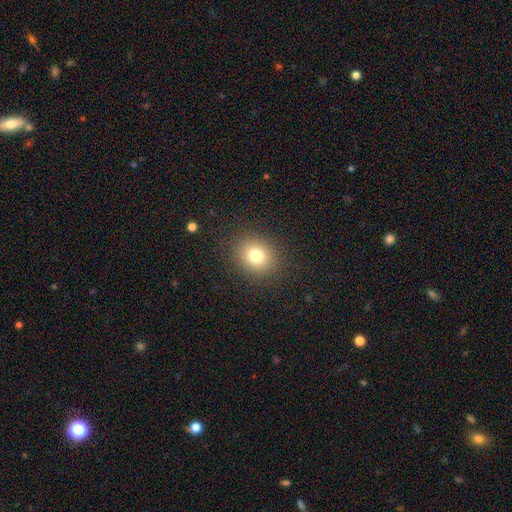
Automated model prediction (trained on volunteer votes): Smooth or featured?
  - smooth: 77% *
  - star or artifact: 13%
  - featured or disk: 9%
How rounded?
  - round: 71% *
  - in between: 28%
  - cigar-shaped: 1%
Merging?
  - none: 88% *
  - minor disturbance: 7%
  - major disturbance: 3%
  - merger: 1%